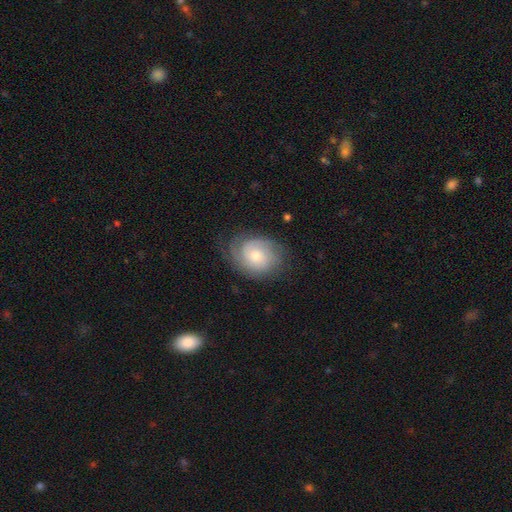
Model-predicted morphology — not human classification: Smooth or featured? featured or disk (69%)
Edge-on disk? no (97%)
Bar? no (74%)
Spiral arms? yes (92%)
Spiral winding? tight (60%)
Spiral arm count? can't tell (36%)
Bulge size? moderate (52%)
Merging? none (70%)